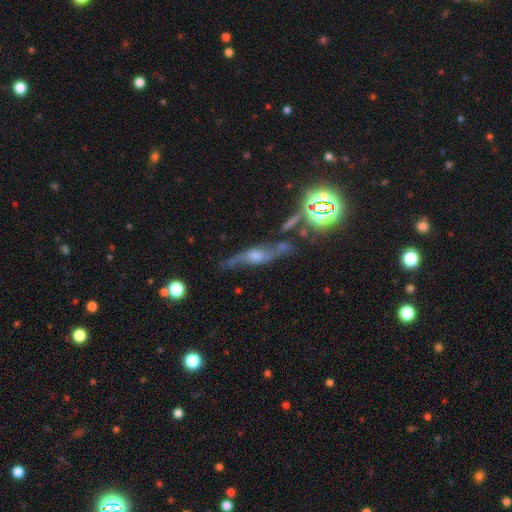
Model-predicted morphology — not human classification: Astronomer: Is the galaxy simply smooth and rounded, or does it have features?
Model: featured or disk — 65%.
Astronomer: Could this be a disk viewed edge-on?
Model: yes — 54% (runner-up: no, 46%).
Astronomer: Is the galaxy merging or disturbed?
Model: none — 61%.